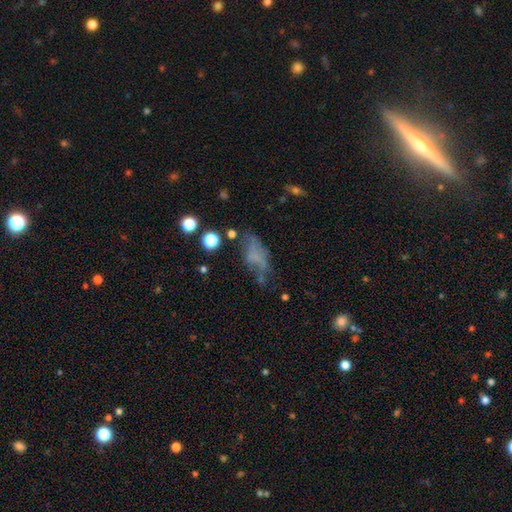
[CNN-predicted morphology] A smooth galaxy with no disk features (44%).

Vote fractions:
- Smooth or featured? smooth: 44% / featured or disk: 37% / star or artifact: 19%
- Merging? none: 40% / major disturbance: 27% / minor disturbance: 25% / merger: 8%